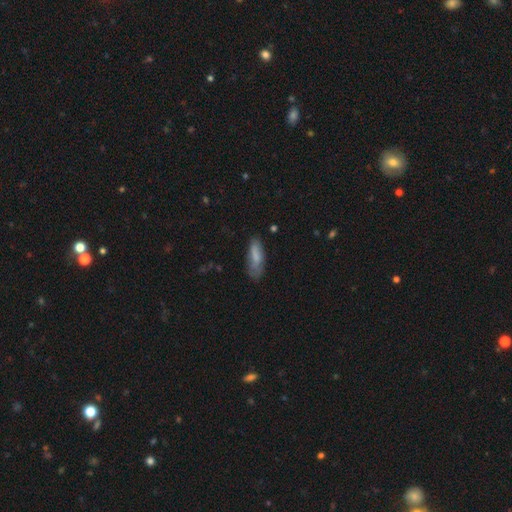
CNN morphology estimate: smooth_or_featured: smooth (p=0.73) [alt: featured or disk p=0.19]
how_rounded: in between (p=0.60) [alt: cigar-shaped p=0.38]
merging: none (p=0.56) [alt: minor disturbance p=0.30]